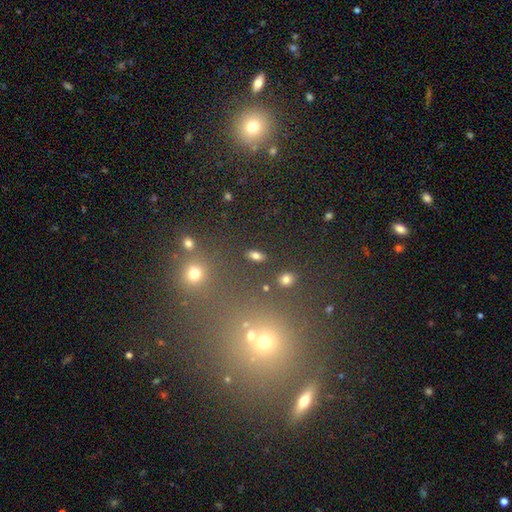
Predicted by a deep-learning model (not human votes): This is likely a smooth galaxy (76%). How rounded: clearly in between (82%). Merging: clearly none (86%).